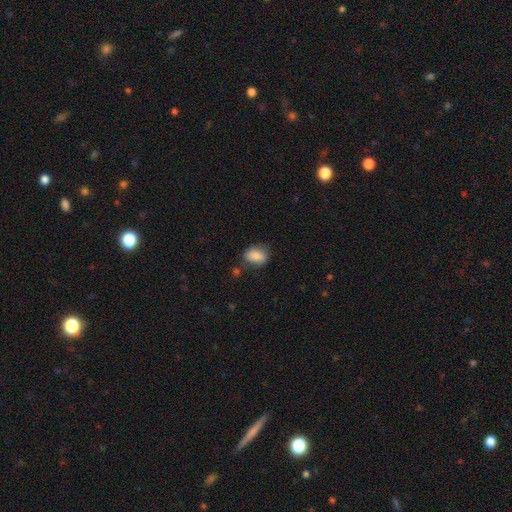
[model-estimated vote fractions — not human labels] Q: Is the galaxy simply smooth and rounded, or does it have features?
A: smooth — 79%.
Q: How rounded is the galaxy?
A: in between — 75%.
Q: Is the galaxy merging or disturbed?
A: none — 62%.